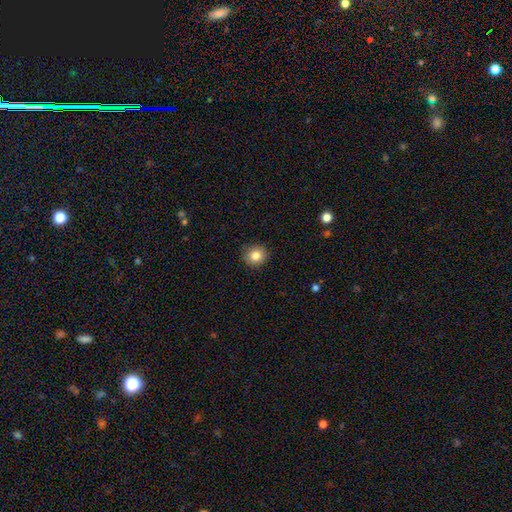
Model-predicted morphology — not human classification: This is clearly a smooth galaxy (83%). How rounded: clearly round (87%). Merging: clearly none (90%).